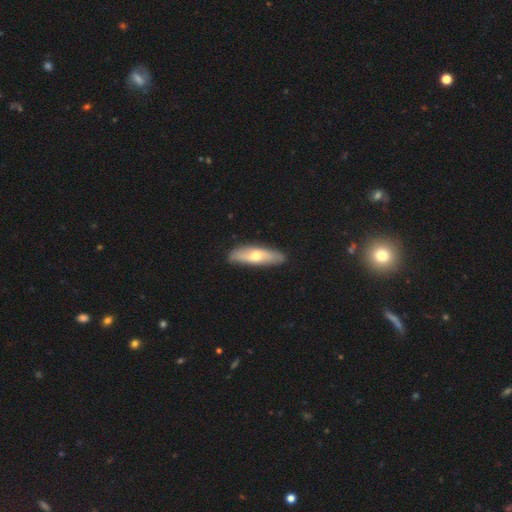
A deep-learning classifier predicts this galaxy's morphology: smooth-or-featured: smooth: 50% | featured or disk: 45% | star or artifact: 5%
  merging: none: 88% | minor disturbance: 9% | major disturbance: 2% | merger: 1%